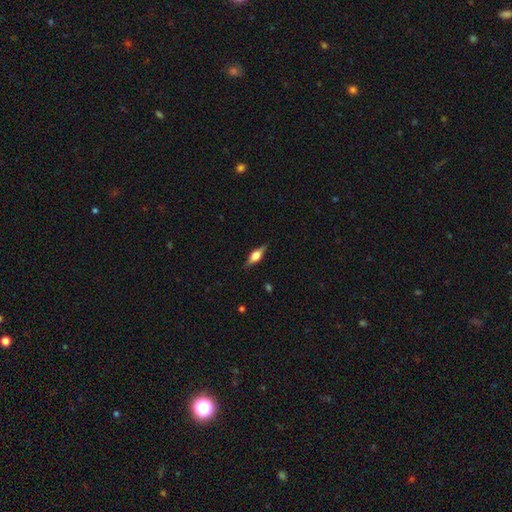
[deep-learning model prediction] Smooth or featured: featured or disk — 61% (smooth — 32%)
Edge-on disk: yes — 95% (no — 5%)
Edge-on bulge: rounded — 90% (boxy — 8%)
Merging: none — 86% (minor disturbance — 11%)